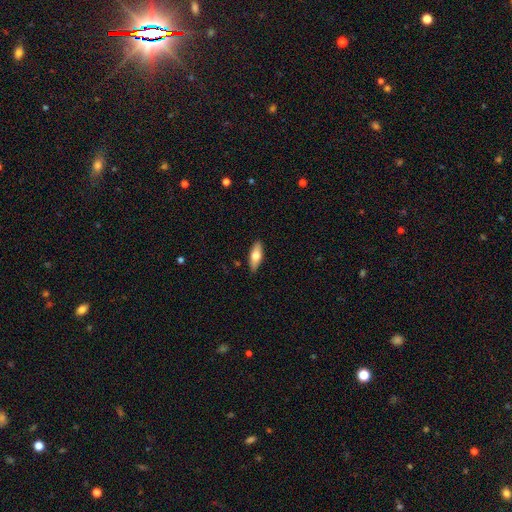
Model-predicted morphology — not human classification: smooth-or-featured: smooth: 68% | featured or disk: 26% | star or artifact: 6%
  how-rounded: in between: 66% | cigar-shaped: 31% | round: 2%
  merging: none: 88% | minor disturbance: 9% | major disturbance: 2% | merger: 1%